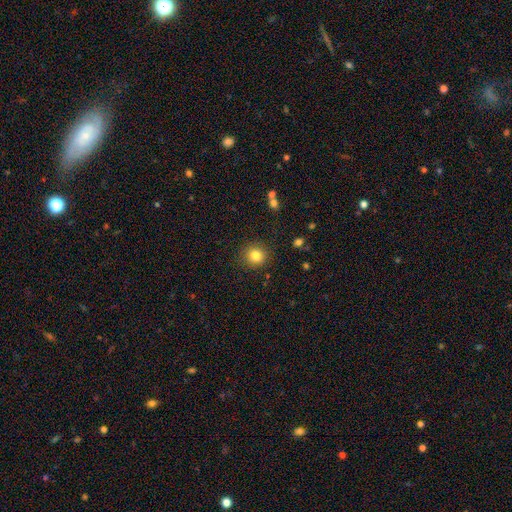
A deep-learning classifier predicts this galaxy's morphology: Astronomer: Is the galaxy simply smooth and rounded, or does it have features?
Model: smooth — 82%.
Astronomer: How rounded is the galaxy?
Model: round — 91%.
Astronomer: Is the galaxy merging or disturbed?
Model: none — 89%.